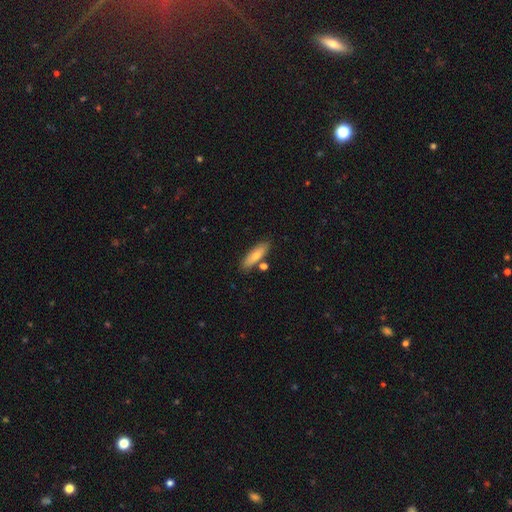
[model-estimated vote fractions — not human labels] Smooth or featured? smooth (73%)
How rounded? cigar-shaped (56%)
Merging? none (78%)